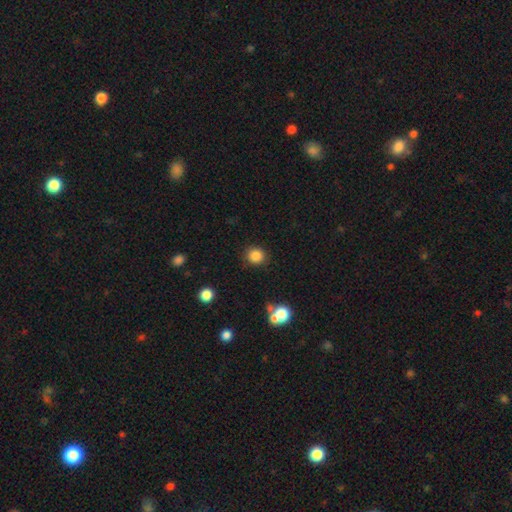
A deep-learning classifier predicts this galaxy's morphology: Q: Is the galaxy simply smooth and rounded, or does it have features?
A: smooth — 84%.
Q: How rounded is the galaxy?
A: round — 88%.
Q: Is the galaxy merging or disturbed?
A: none — 88%.